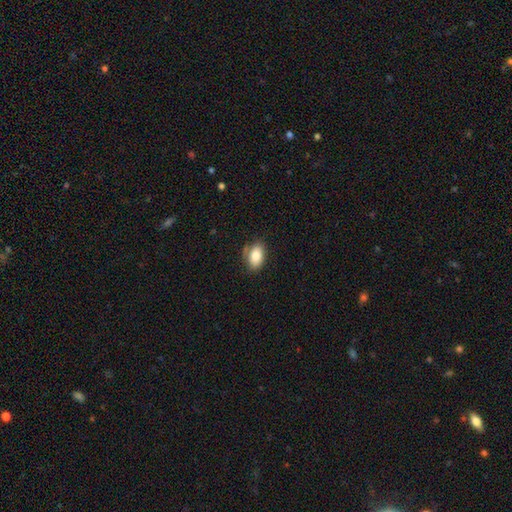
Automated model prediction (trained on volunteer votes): A smooth galaxy with no disk features (82%) that is in between round and cigar-shaped (90%). Merging: none (71%).